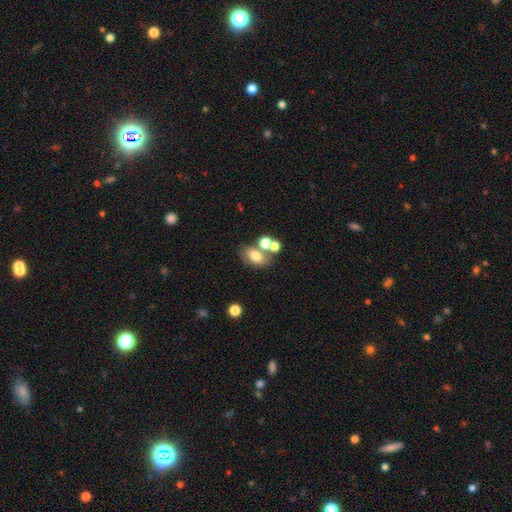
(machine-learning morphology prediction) type=smooth (72%); roundness=in between (78%); merging=none (52%).